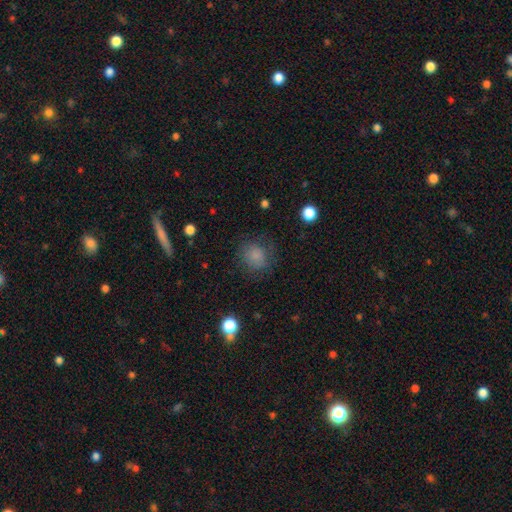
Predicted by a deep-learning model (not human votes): The model was most divided on "merging": none: 78%, minor disturbance: 14%, major disturbance: 7%, merger: 1%. More confident: how rounded — round (83%); smooth or featured — smooth (82%).